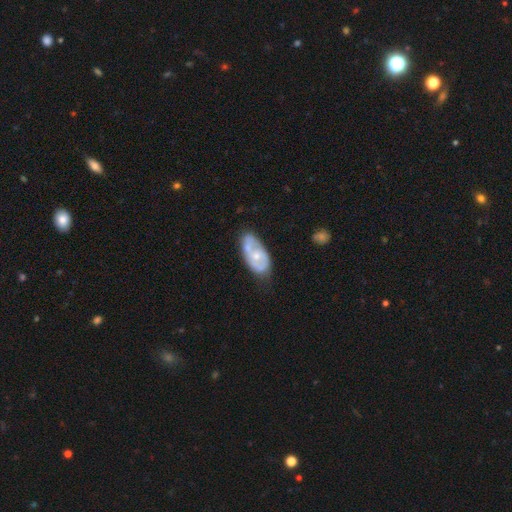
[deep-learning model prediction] featured or disk 62%, smooth 32%, star or artifact 6%. Down the decision tree: edge-on disk — no (94%); bar — no (76%); spiral arms — yes (54%); bulge size — small (49%); merging — none (53%).